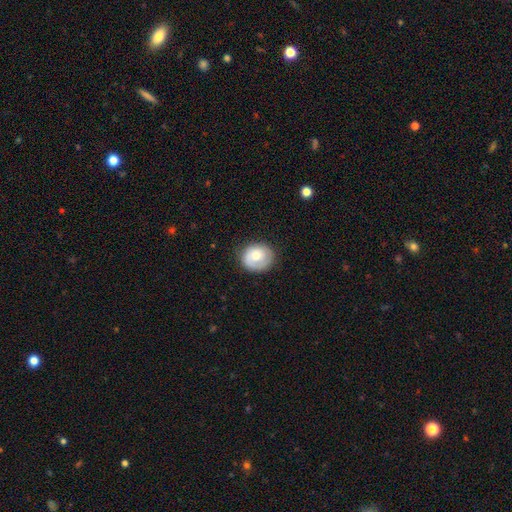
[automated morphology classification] Smooth or featured?
  - smooth: 61% *
  - featured or disk: 33%
  - star or artifact: 7%
How rounded?
  - round: 75% *
  - in between: 25%
  - cigar-shaped: 1%
Merging?
  - none: 75% *
  - minor disturbance: 18%
  - major disturbance: 6%
  - merger: 1%